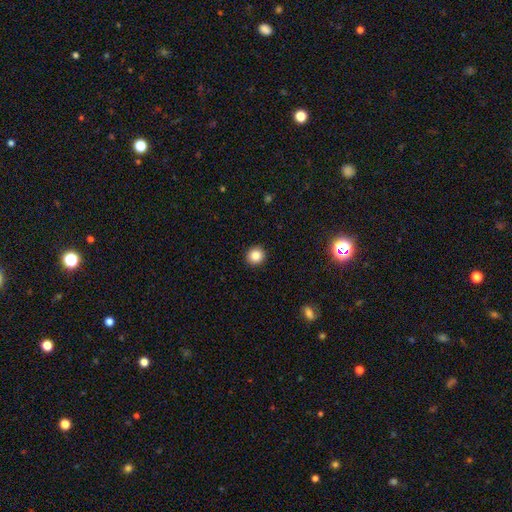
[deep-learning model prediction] Morphology: type=smooth (86%); roundness=round (93%); merging=none (93%).